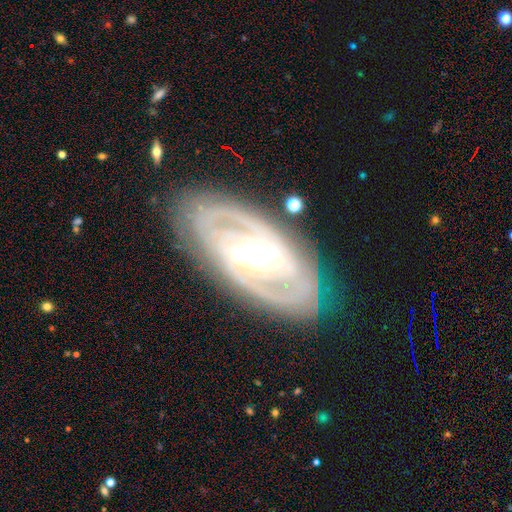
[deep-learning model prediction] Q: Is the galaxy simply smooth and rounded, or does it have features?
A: featured or disk — 86%.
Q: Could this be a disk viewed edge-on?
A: no — 92%.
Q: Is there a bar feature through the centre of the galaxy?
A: strong — 71%.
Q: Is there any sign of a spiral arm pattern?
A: yes — 88%.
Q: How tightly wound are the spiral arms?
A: tight — 60%.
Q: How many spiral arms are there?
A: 2 — 68%.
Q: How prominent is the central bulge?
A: moderate — 55%.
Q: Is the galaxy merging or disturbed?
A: none — 80%.